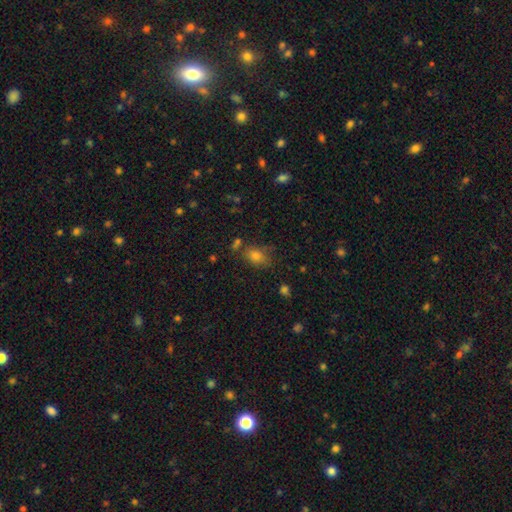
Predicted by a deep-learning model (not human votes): smooth-or-featured: smooth: 70% | star or artifact: 21% | featured or disk: 10%
  how-rounded: in between: 64% | round: 34% | cigar-shaped: 2%
  merging: none: 68% | minor disturbance: 18% | merger: 8% | major disturbance: 6%